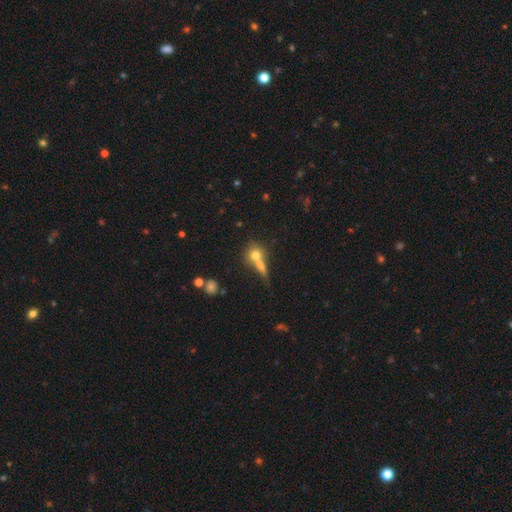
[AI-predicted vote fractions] This is likely a smooth galaxy (71%). How rounded: likely round (71%). Merging: possibly merger (46%).